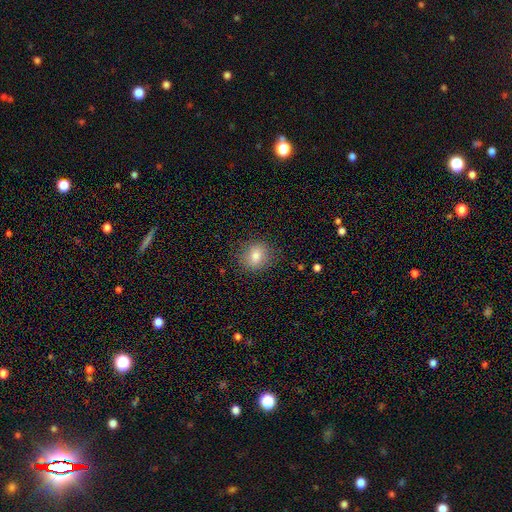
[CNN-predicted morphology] type=smooth (79%); roundness=round (75%); merging=none (84%).